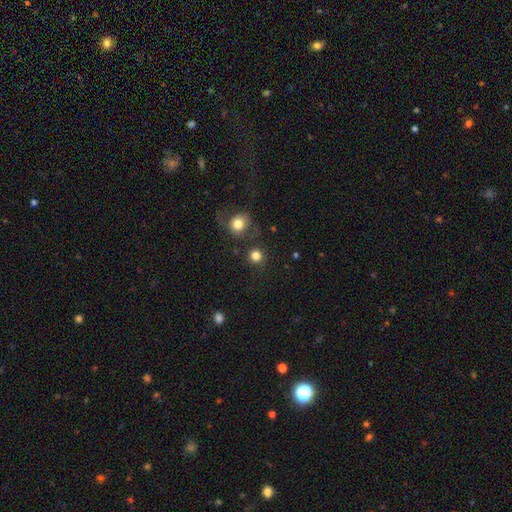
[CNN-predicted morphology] Smooth or featured?
  - smooth: 81% *
  - star or artifact: 13%
  - featured or disk: 6%
How rounded?
  - round: 92% *
  - in between: 7%
  - cigar-shaped: 1%
Merging?
  - none: 77% *
  - minor disturbance: 9%
  - merger: 9%
  - major disturbance: 6%